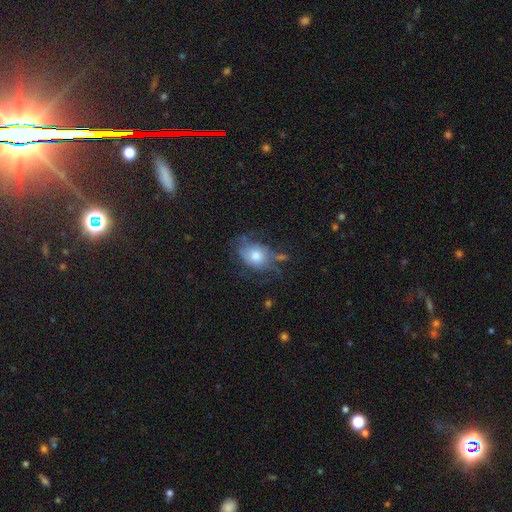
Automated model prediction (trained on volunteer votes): smooth-or-featured: smooth: 50% | featured or disk: 40% | star or artifact: 11%
  merging: none: 47% | minor disturbance: 28% | major disturbance: 21% | merger: 4%